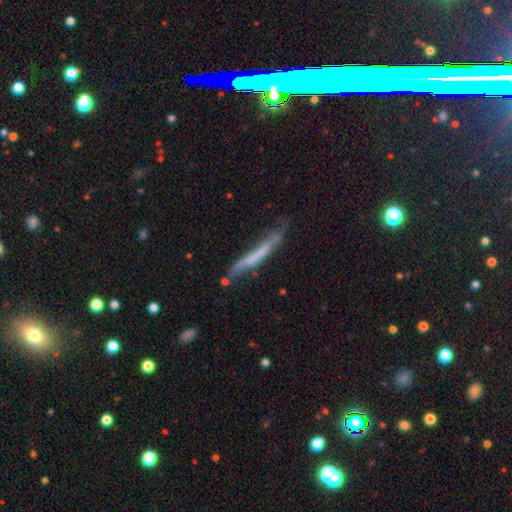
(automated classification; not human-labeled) This appears to be a featured or disk galaxy (50%). Merging: none (48%).